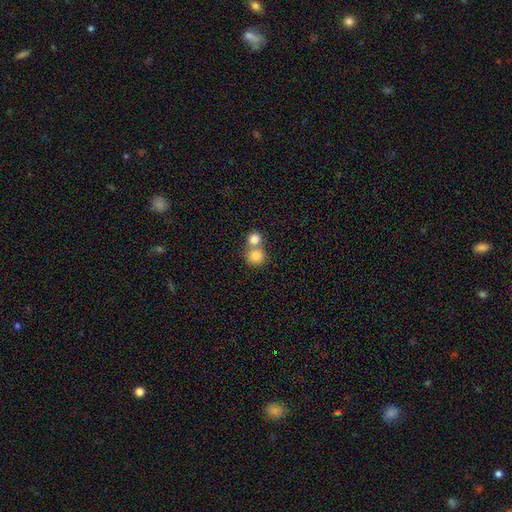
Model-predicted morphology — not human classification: Smooth or featured? Predicted: smooth (p=0.81). How rounded? Predicted: round (p=0.88). Merging? Predicted: merger (p=0.50).